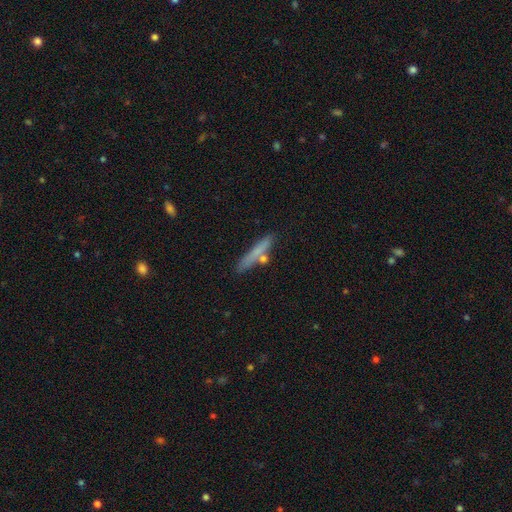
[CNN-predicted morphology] This is likely a smooth galaxy (60%). How rounded: clearly cigar-shaped (93%). Merging: clearly none (80%).